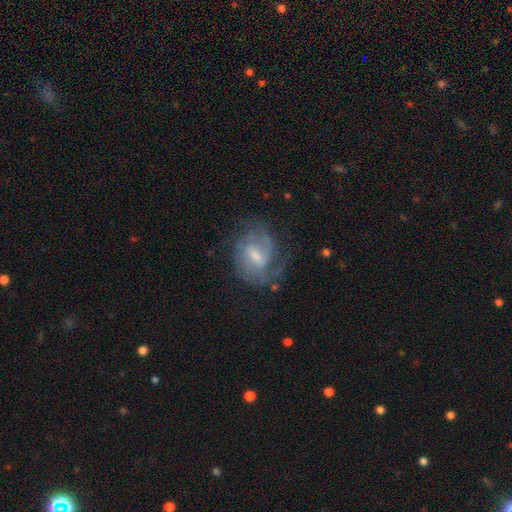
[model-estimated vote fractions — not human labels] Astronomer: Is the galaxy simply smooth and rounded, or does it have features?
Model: featured or disk — 74%.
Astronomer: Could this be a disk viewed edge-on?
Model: no — 96%.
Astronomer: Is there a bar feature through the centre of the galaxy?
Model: weak — 57%.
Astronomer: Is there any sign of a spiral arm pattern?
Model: yes — 89%.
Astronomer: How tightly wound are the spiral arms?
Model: medium — 43% (runner-up: tight, 39%).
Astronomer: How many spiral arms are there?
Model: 2 — 47% (runner-up: can't tell, 26%).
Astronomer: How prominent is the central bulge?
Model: moderate — 43% (runner-up: small, 37%).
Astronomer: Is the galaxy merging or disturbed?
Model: none — 59%.